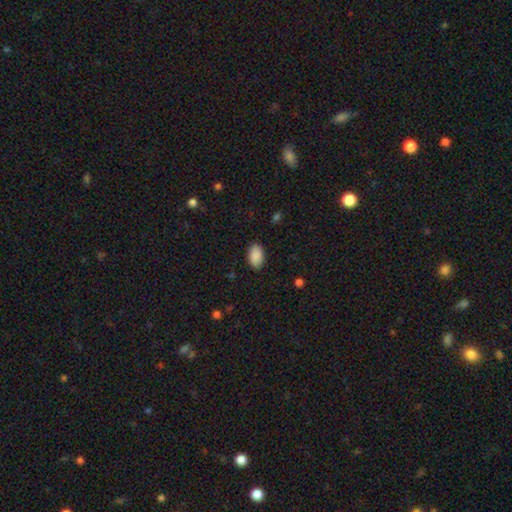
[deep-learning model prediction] Smooth or featured?
  - smooth: 90% *
  - star or artifact: 7%
  - featured or disk: 3%
How rounded?
  - in between: 93% *
  - round: 6%
  - cigar-shaped: 1%
Merging?
  - none: 88% *
  - minor disturbance: 9%
  - major disturbance: 2%
  - merger: 1%